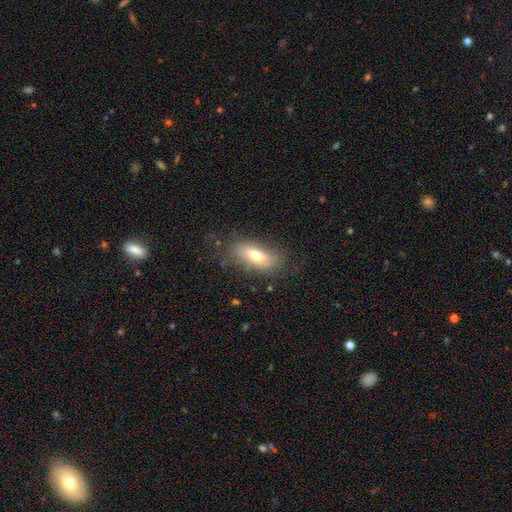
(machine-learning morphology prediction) type=smooth (71%); roundness=in between (80%); merging=none (75%).